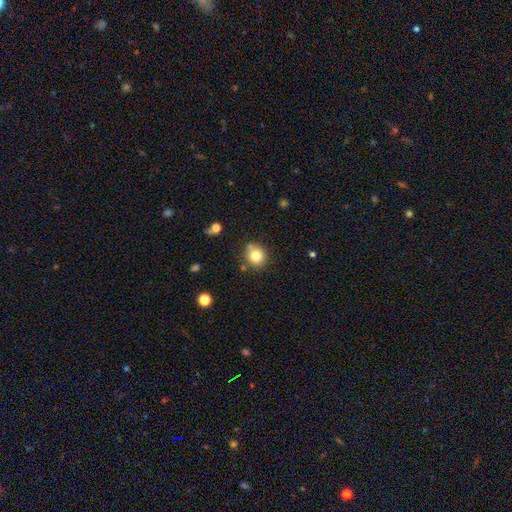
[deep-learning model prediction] smooth_or_featured: smooth (p=0.80) [alt: star or artifact p=0.11]
how_rounded: round (p=0.84) [alt: in between p=0.15]
merging: none (p=0.76) [alt: minor disturbance p=0.12]